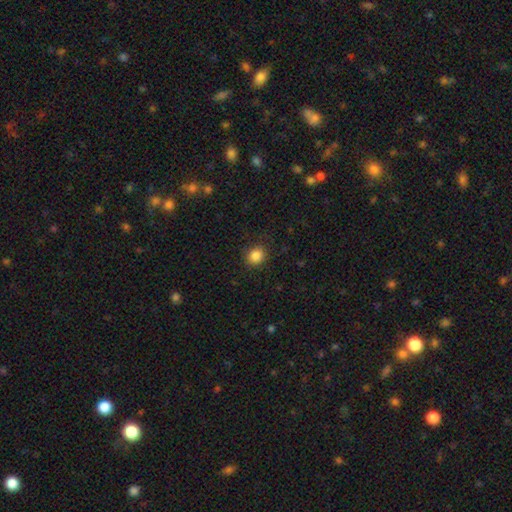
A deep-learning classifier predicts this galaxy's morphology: Smooth or featured? Predicted: smooth (p=0.85). How rounded? Predicted: round (p=0.76). Merging? Predicted: none (p=0.87).